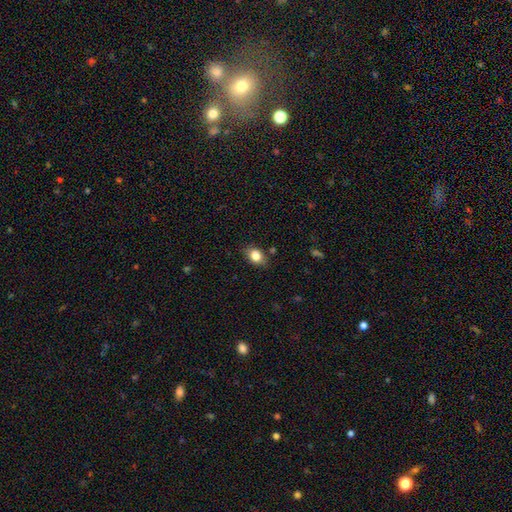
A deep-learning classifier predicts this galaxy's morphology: Smooth or featured? Predicted: smooth (p=0.81). How rounded? Predicted: in between (p=0.73). Merging? Predicted: none (p=0.81).